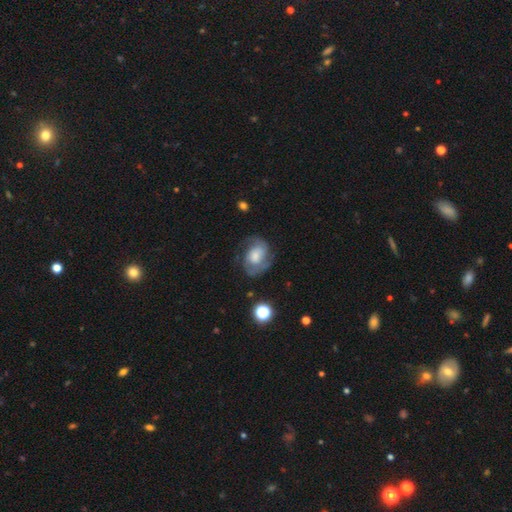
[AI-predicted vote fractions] Smooth or featured: featured or disk — 72% (smooth — 21%)
Edge-on disk: no — 98% (yes — 2%)
Bar: no — 62% (weak — 31%)
Spiral arms: yes — 89% (no — 11%)
Spiral winding: medium — 47% (tight — 34%)
Spiral arm count: 2 — 80% (can't tell — 10%)
Bulge size: moderate — 35% (small — 26%)
Merging: none — 64% (minor disturbance — 21%)